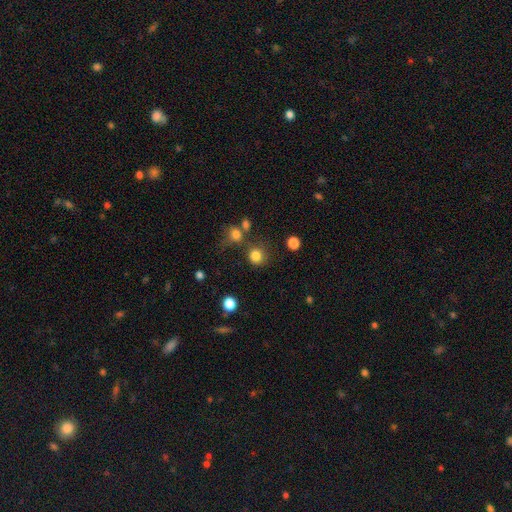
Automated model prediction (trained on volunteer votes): Smooth or featured?
  - smooth: 82% *
  - star or artifact: 13%
  - featured or disk: 5%
How rounded?
  - round: 90% *
  - in between: 9%
  - cigar-shaped: 1%
Merging?
  - none: 75% *
  - minor disturbance: 10%
  - merger: 9%
  - major disturbance: 5%